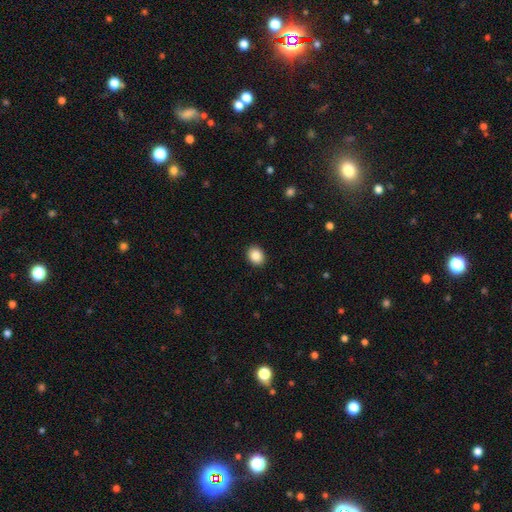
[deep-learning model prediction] Q: Smooth or featured?
A: smooth (87%); runner-up: star or artifact (9%)
Q: How rounded?
A: in between (51%); runner-up: round (48%)
Q: Merging?
A: none (91%); runner-up: minor disturbance (6%)